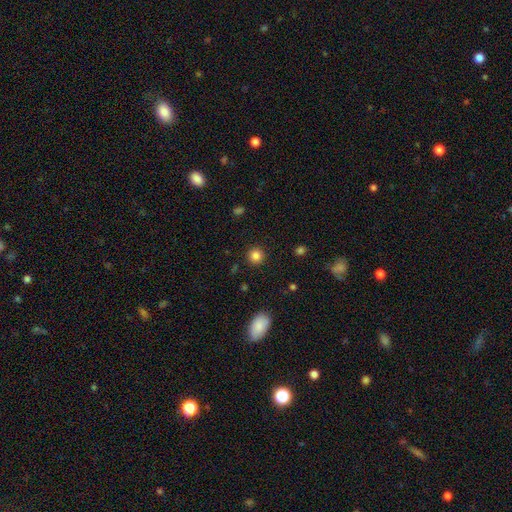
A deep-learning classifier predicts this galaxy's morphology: smooth 85%, star or artifact 11%, featured or disk 4%. Down the decision tree: how rounded — round (93%); merging — none (90%).